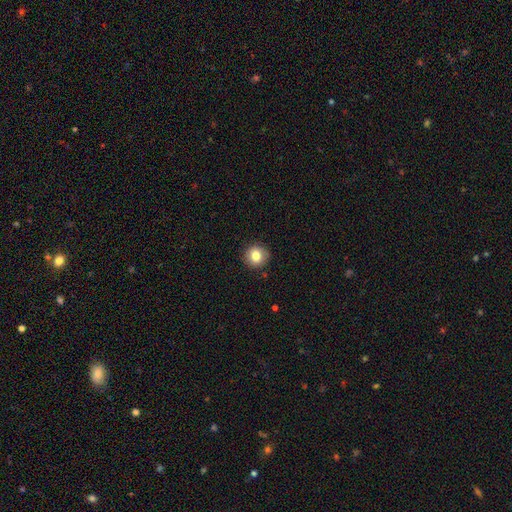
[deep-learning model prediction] Q: Smooth or featured?
A: smooth (81%); runner-up: star or artifact (10%)
Q: How rounded?
A: round (92%); runner-up: in between (7%)
Q: Merging?
A: none (90%); runner-up: minor disturbance (7%)